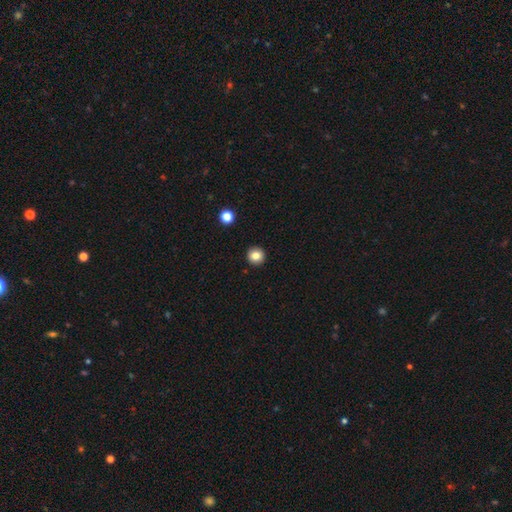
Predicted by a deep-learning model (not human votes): Smooth or featured? smooth (84%)
How rounded? round (95%)
Merging? none (93%)